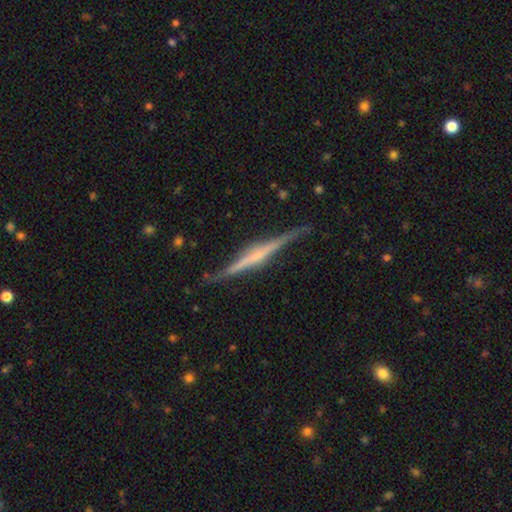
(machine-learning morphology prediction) Smooth or featured: featured or disk — 80% (smooth — 14%)
Edge-on disk: yes — 98% (no — 2%)
Edge-on bulge: rounded — 50% (none — 28%)
Merging: none — 86% (minor disturbance — 10%)